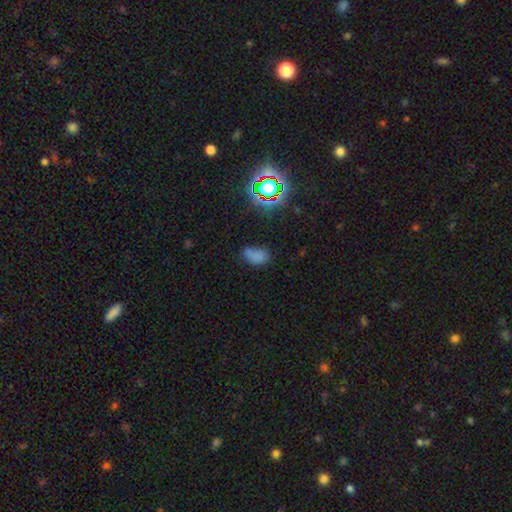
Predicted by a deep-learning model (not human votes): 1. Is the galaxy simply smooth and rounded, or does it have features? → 68% smooth, 22% star or artifact, 10% featured or disk.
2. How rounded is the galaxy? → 89% in between, 9% round, 3% cigar-shaped.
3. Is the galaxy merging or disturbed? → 54% none, 27% minor disturbance, 13% major disturbance, 6% merger.